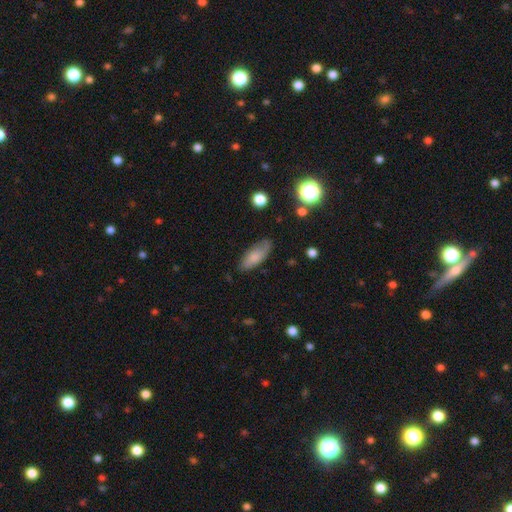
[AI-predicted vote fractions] The model was most divided on "how rounded": in between: 73%, cigar-shaped: 24%, round: 3%. More confident: merging — none (75%); smooth or featured — smooth (72%).